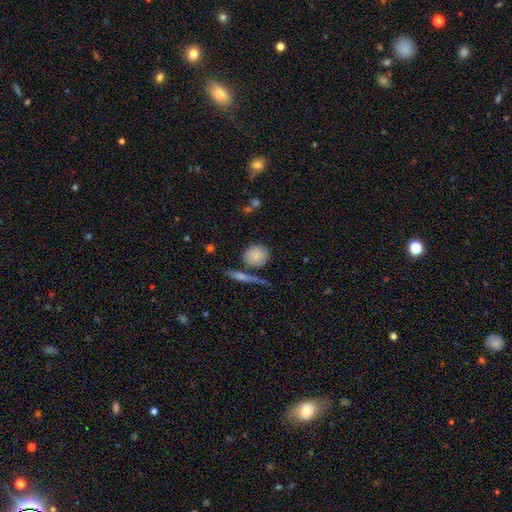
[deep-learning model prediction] This is likely a smooth galaxy (79%). How rounded: likely round (79%). Merging: likely none (65%).